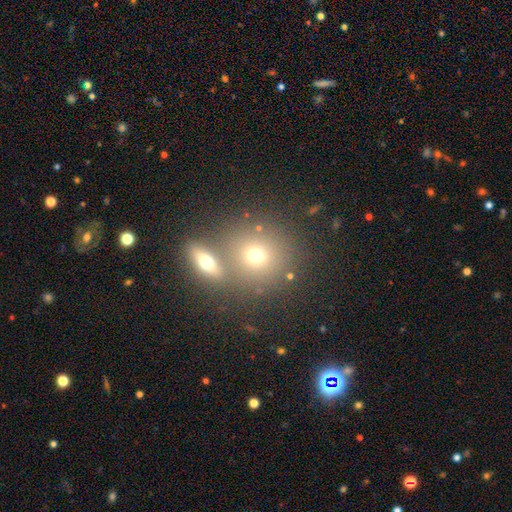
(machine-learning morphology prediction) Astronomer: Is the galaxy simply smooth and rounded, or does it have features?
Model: smooth — 69%.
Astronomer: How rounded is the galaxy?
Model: round — 85%.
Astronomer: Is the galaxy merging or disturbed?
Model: none — 59%.